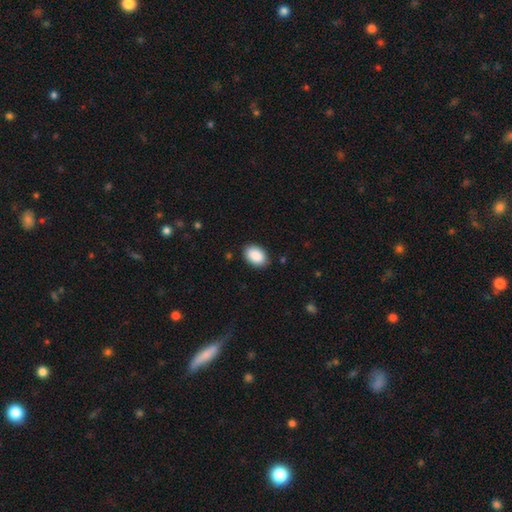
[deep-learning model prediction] smooth-or-featured: smooth: 90% | star or artifact: 6% | featured or disk: 3%
  how-rounded: in between: 88% | round: 11% | cigar-shaped: 1%
  merging: none: 87% | minor disturbance: 10% | major disturbance: 2% | merger: 1%